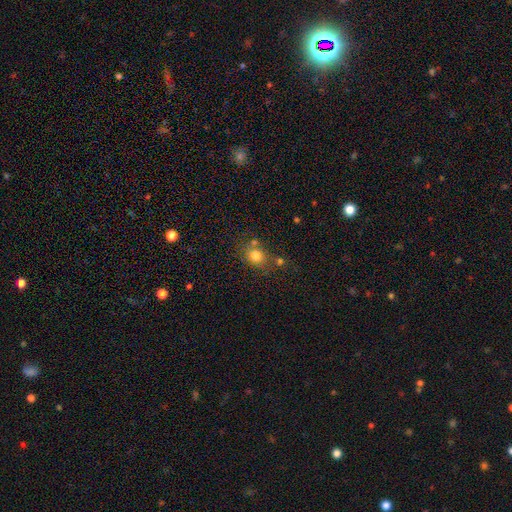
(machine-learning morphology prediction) smooth-or-featured: smooth: 77% | star or artifact: 13% | featured or disk: 10%
  how-rounded: round: 66% | in between: 33% | cigar-shaped: 1%
  merging: none: 62% | merger: 18% | minor disturbance: 15% | major disturbance: 6%